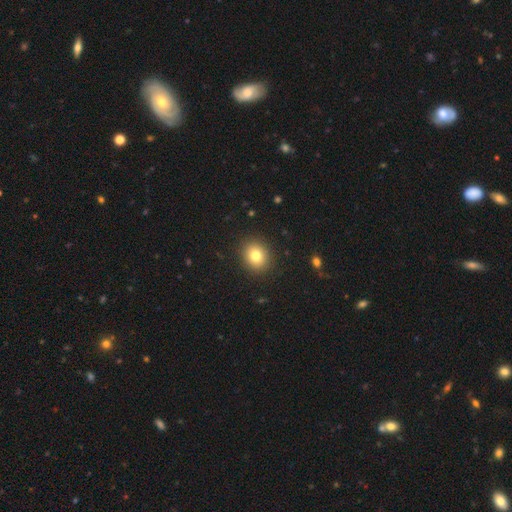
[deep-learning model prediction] This is likely a smooth galaxy (79%). How rounded: likely round (70%). Merging: clearly none (91%).